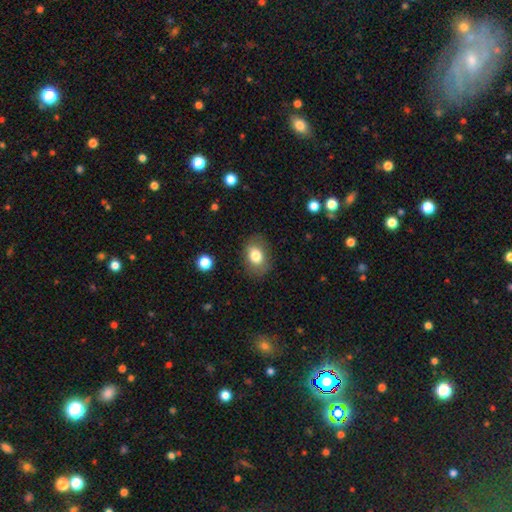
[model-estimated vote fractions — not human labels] A smooth galaxy with no disk features (80%) that is in between round and cigar-shaped (75%).

Vote fractions:
- Smooth or featured? smooth: 80% / featured or disk: 12% / star or artifact: 8%
- How rounded? in between: 75% / round: 24% / cigar-shaped: 1%
- Merging? none: 81% / minor disturbance: 13% / major disturbance: 5% / merger: 1%